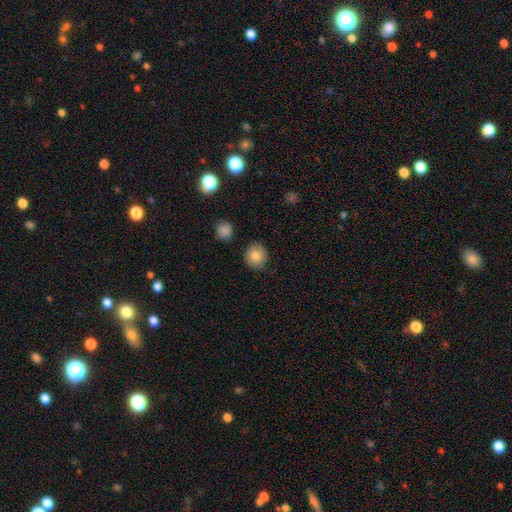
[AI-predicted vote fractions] A smooth galaxy with no disk features (85%) that is round (87%). Merging: none (87%).